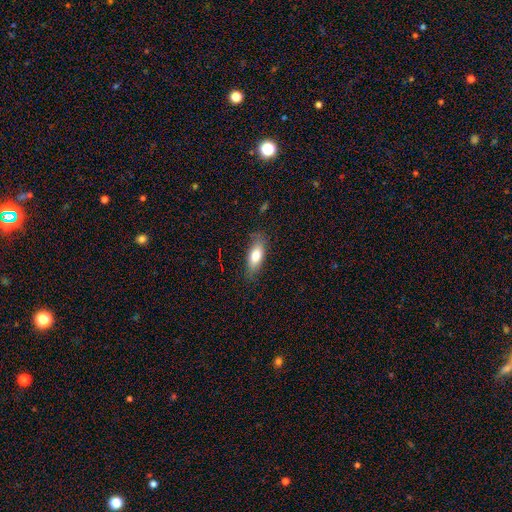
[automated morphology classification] This appears to be a smooth galaxy with no disk features (75%) that is in between round and cigar-shaped (75%). Merging: none (78%).